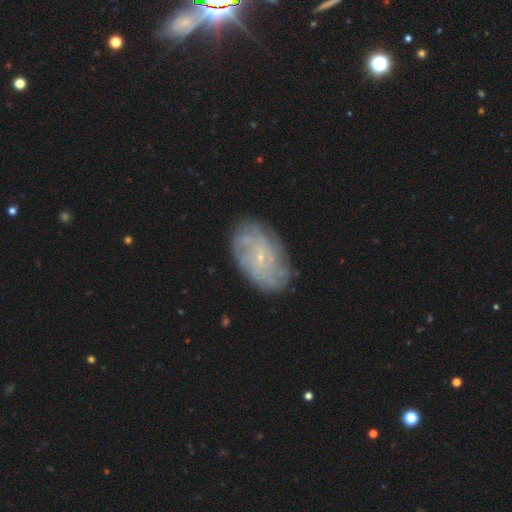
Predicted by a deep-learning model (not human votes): This is likely a featured or disk galaxy (67%). It is clearly not viewed edge-on (95%). Bar: likely no (67%). Spiral arm pattern: clearly yes (87%). Spiral arm count: possibly can't tell (49%). Spiral winding: possibly tight (53%). Central bulge: clearly small (83%). Merging: clearly none (82%).